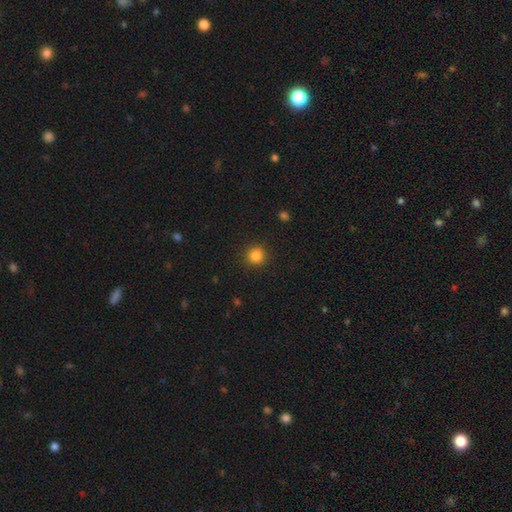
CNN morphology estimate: This is clearly a smooth galaxy (84%). How rounded: clearly round (93%). Merging: clearly none (91%).